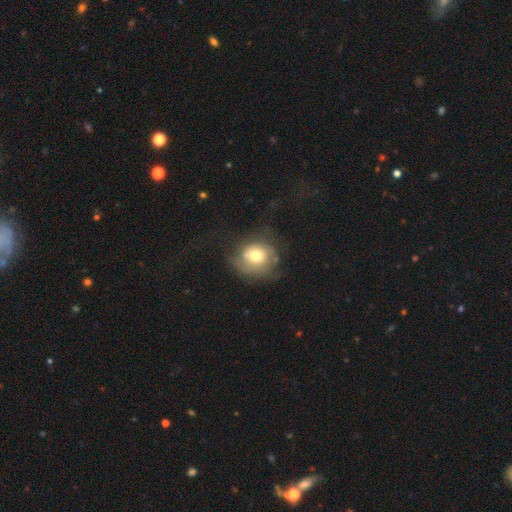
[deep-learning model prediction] Q: Smooth or featured?
A: smooth (66%); runner-up: featured or disk (24%)
Q: How rounded?
A: round (75%); runner-up: in between (25%)
Q: Merging?
A: none (49%); runner-up: minor disturbance (26%)